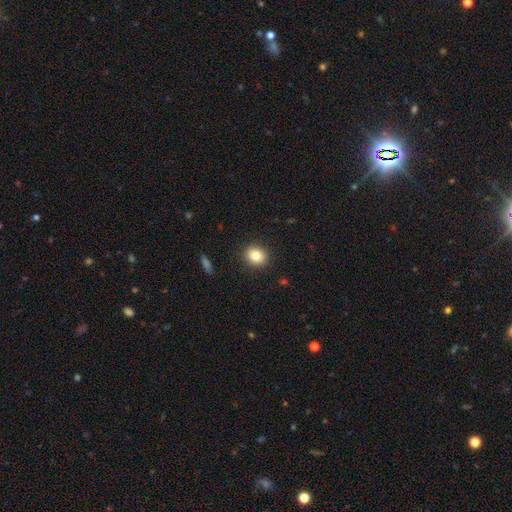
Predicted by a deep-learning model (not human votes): Morphology: type=smooth (82%); roundness=round (68%); merging=none (90%).